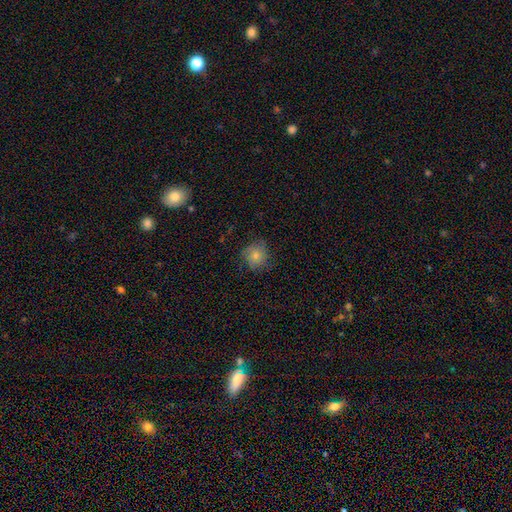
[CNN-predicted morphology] type=smooth (74%); roundness=round (84%); merging=none (71%).